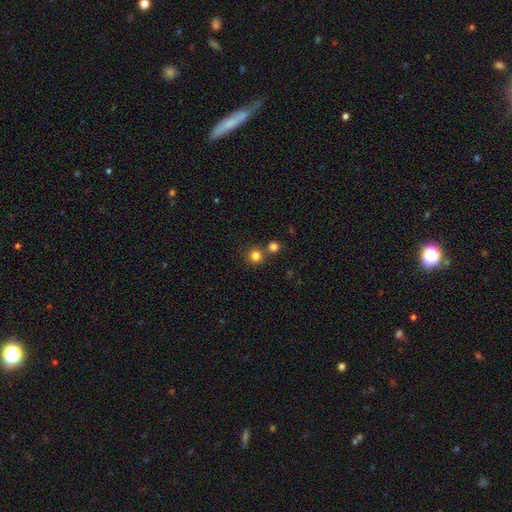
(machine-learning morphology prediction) Smooth or featured?
  - smooth: 81% *
  - star or artifact: 13%
  - featured or disk: 6%
How rounded?
  - round: 93% *
  - in between: 6%
  - cigar-shaped: 1%
Merging?
  - none: 71% *
  - merger: 20%
  - minor disturbance: 7%
  - major disturbance: 3%